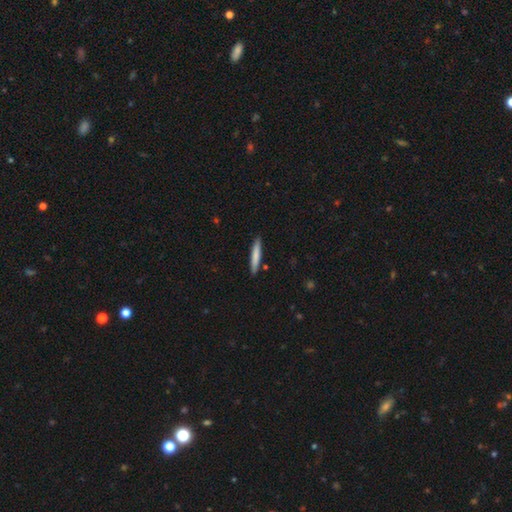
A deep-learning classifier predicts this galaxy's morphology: smooth_or_featured: smooth (p=0.78) [alt: featured or disk p=0.16]
how_rounded: cigar-shaped (p=0.93) [alt: in between p=0.06]
merging: none (p=0.89) [alt: minor disturbance p=0.08]